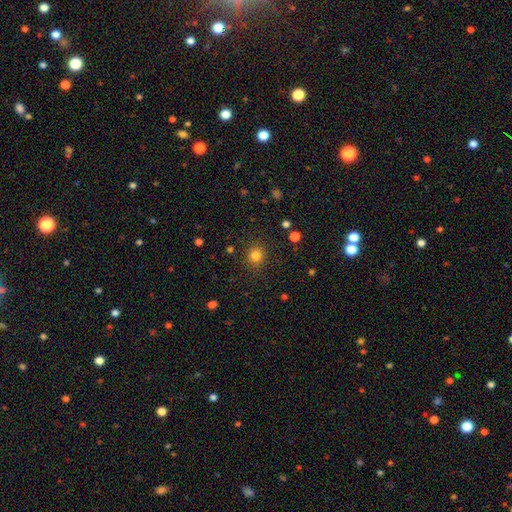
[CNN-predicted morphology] Smooth or featured?
  - smooth: 81% *
  - star or artifact: 14%
  - featured or disk: 5%
How rounded?
  - round: 89% *
  - in between: 10%
  - cigar-shaped: 1%
Merging?
  - none: 89% *
  - minor disturbance: 7%
  - major disturbance: 3%
  - merger: 1%